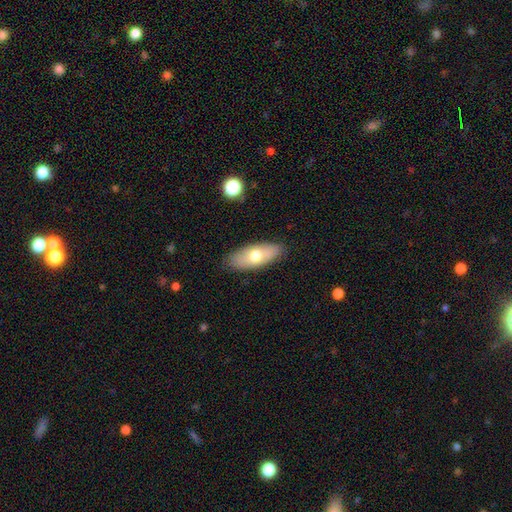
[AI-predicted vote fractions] Smooth or featured? Predicted: smooth (p=0.65). How rounded? Predicted: in between (p=0.82). Merging? Predicted: none (p=0.85).